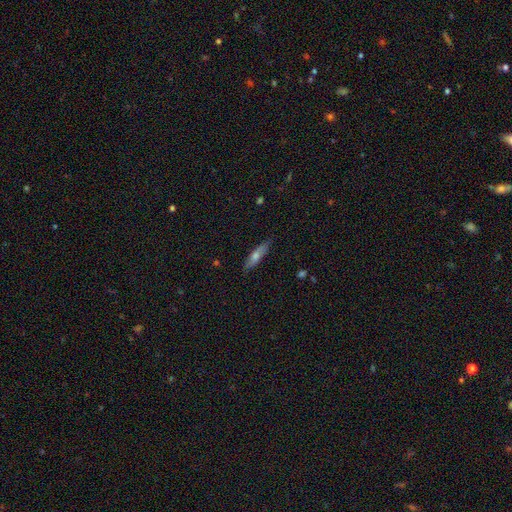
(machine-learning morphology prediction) type=smooth (54%); roundness=cigar-shaped (79%); merging=none (85%).